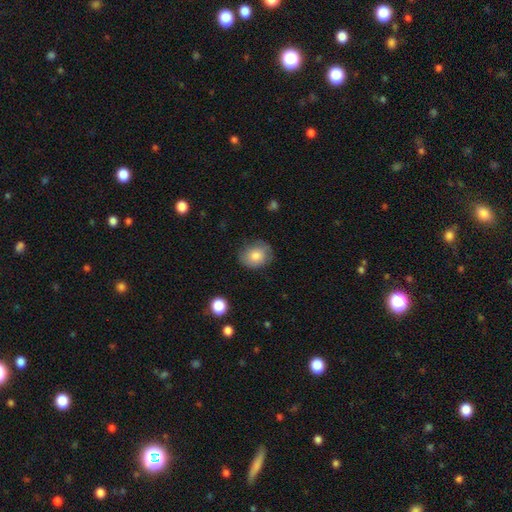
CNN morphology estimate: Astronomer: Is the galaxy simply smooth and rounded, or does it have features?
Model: smooth — 79%.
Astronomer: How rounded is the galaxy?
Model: round — 59% (runner-up: in between, 40%).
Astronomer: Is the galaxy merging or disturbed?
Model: none — 75%.